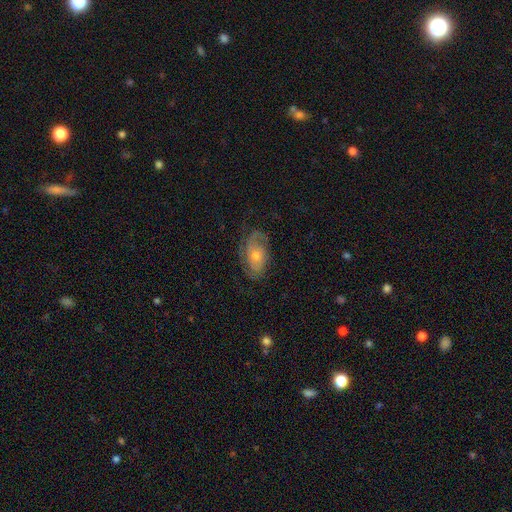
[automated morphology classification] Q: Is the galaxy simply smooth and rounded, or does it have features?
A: featured or disk — 75%.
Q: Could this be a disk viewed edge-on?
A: no — 95%.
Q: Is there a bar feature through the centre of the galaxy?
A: no — 75%.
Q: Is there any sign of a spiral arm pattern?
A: yes — 91%.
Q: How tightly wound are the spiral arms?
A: tight — 45%.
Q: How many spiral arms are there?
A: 2 — 57%.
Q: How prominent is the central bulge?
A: moderate — 49%.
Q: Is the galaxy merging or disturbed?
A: none — 71%.